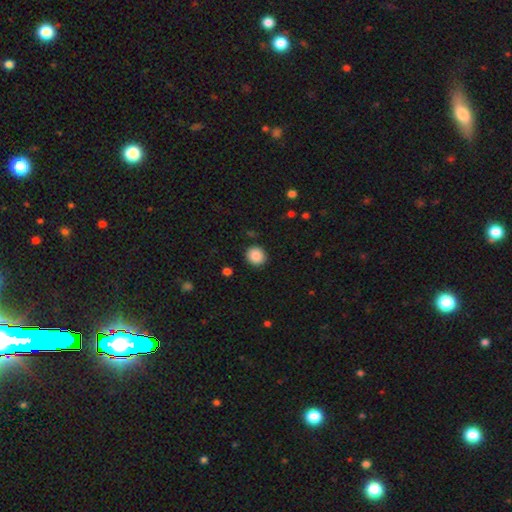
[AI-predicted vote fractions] Smooth or featured?
  - smooth: 87% *
  - star or artifact: 9%
  - featured or disk: 4%
How rounded?
  - round: 89% *
  - in between: 10%
  - cigar-shaped: 1%
Merging?
  - none: 91% *
  - minor disturbance: 6%
  - major disturbance: 2%
  - merger: 1%